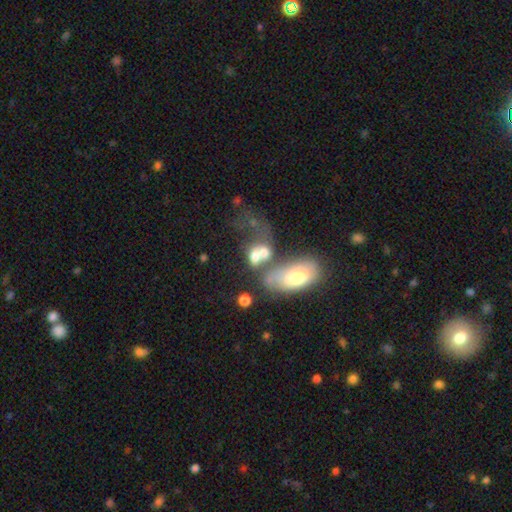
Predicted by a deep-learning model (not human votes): This appears to be a smooth galaxy with no disk features (58%) that is in between round and cigar-shaped (71%). Merging: merger (60%).